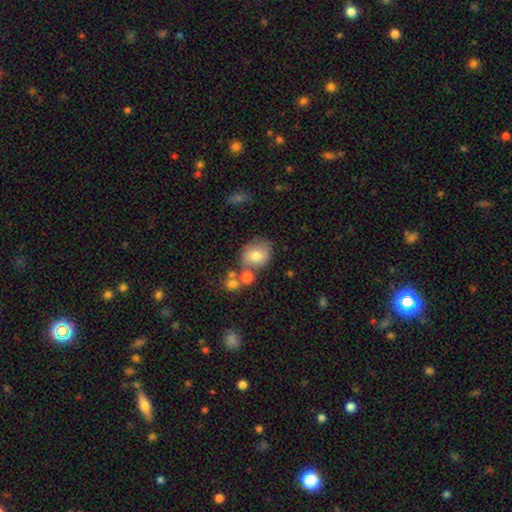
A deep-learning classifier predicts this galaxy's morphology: type=smooth (73%); roundness=round (58%); merging=none (58%).